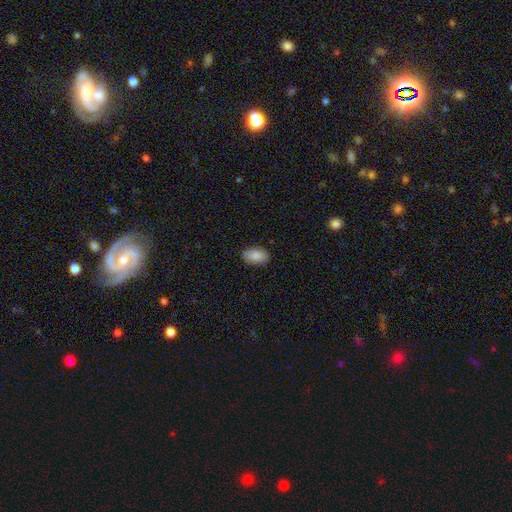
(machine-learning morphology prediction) The model was most divided on "merging": none: 87%, minor disturbance: 10%, major disturbance: 2%, merger: 1%. More confident: how rounded — in between (93%); smooth or featured — smooth (87%).